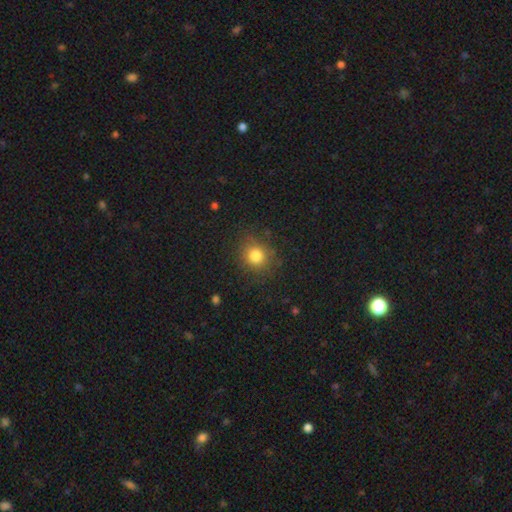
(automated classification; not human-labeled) A smooth galaxy with no disk features (81%) that is round (84%).

Vote fractions:
- Smooth or featured? smooth: 81% / star or artifact: 13% / featured or disk: 6%
- How rounded? round: 84% / in between: 15% / cigar-shaped: 1%
- Merging? none: 84% / minor disturbance: 11% / major disturbance: 4% / merger: 1%